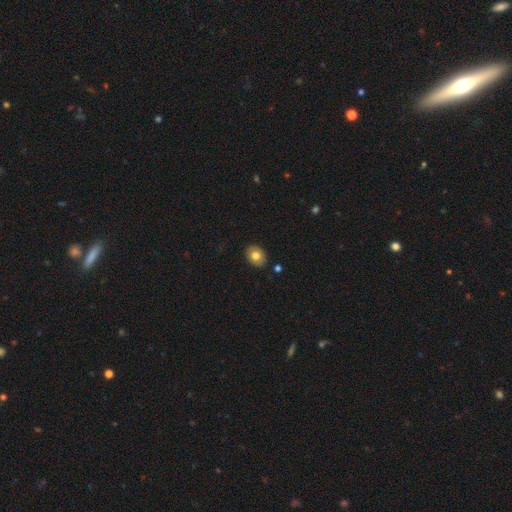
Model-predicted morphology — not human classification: A smooth galaxy with no disk features (78%) that is in between round and cigar-shaped (63%).

Vote fractions:
- Smooth or featured? smooth: 78% / featured or disk: 14% / star or artifact: 9%
- How rounded? in between: 63% / round: 36% / cigar-shaped: 1%
- Merging? none: 88% / minor disturbance: 8% / major disturbance: 2% / merger: 2%